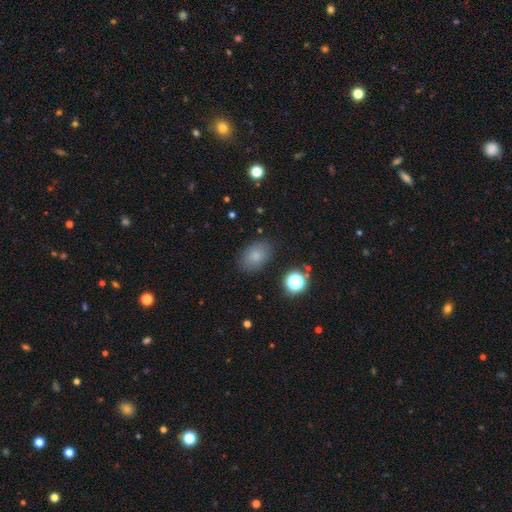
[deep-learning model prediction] Smooth or featured? Predicted: smooth (p=0.81). How rounded? Predicted: in between (p=0.83). Merging? Predicted: none (p=0.82).